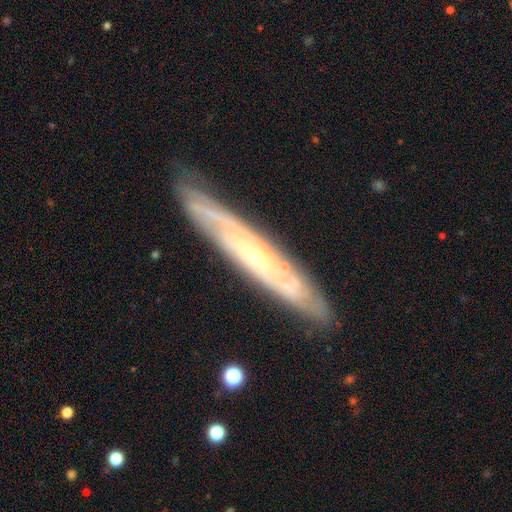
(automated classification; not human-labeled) A featured or disk galaxy (79%).

Vote fractions:
- Smooth or featured? featured or disk: 79% / smooth: 15% / star or artifact: 6%
- Edge-on disk? no: 57% / yes: 43%
- Merging? none: 81% / minor disturbance: 15% / major disturbance: 3% / merger: 2%